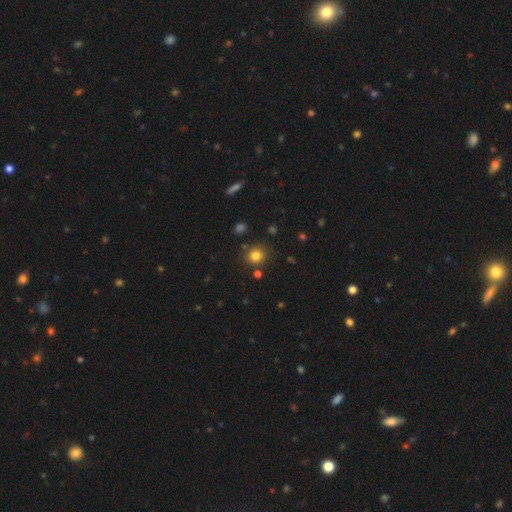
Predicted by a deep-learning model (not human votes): Morphology: type=smooth (80%); roundness=round (83%); merging=none (82%).